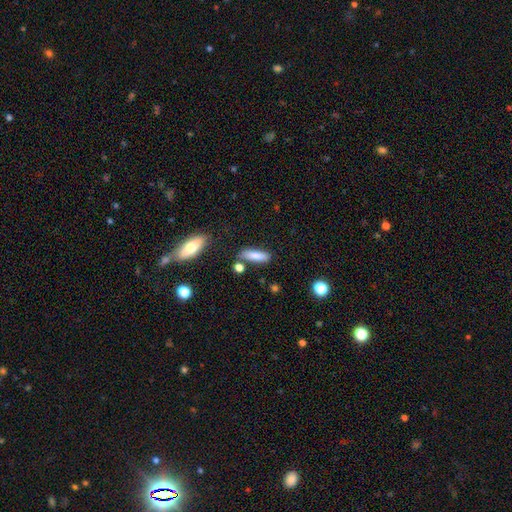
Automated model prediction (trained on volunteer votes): Overall: smooth (82%). How rounded: cigar-shaped (54%; in between 44%). Merging: none (74%).